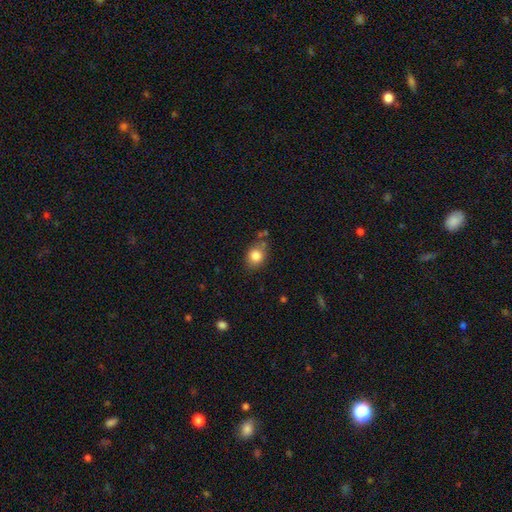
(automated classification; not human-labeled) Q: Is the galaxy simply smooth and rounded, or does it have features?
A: smooth — 83%.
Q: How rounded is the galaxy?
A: round — 53%.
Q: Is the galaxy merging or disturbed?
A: none — 68%.